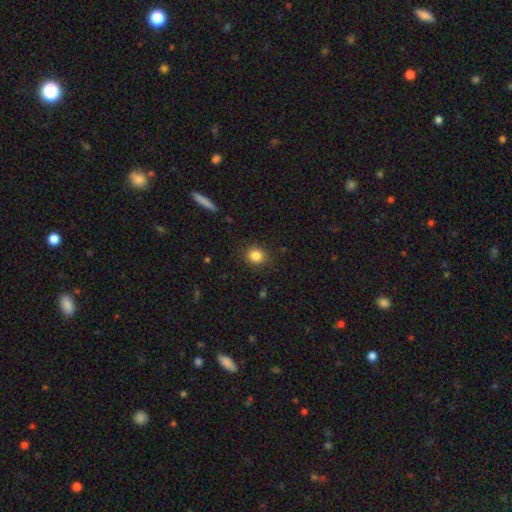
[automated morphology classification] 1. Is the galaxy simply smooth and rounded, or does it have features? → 84% smooth, 11% star or artifact, 5% featured or disk.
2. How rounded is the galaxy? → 75% round, 24% in between, 1% cigar-shaped.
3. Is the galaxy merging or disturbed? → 87% none, 9% minor disturbance, 3% major disturbance, 1% merger.